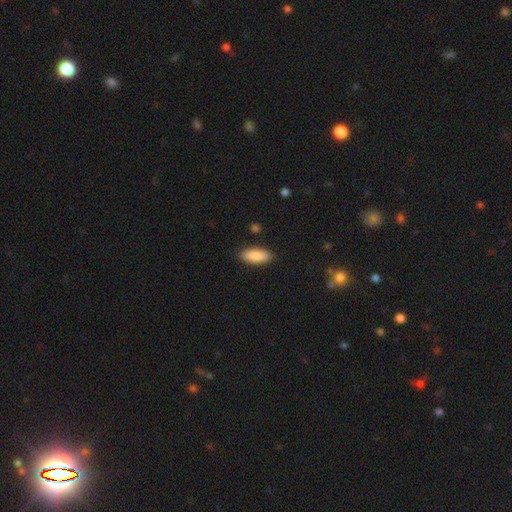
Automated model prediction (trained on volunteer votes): The model was most divided on "how rounded": in between: 81%, cigar-shaped: 17%, round: 2%. More confident: smooth or featured — smooth (88%); merging — none (87%).